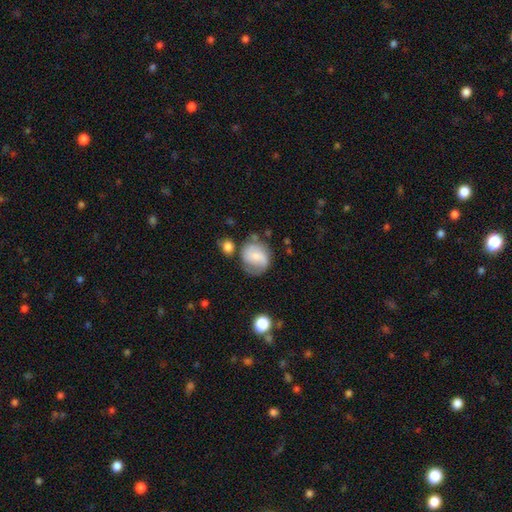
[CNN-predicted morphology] Overall: smooth (50%; featured or disk 42%). Merging: none (56%; minor disturbance 24%).